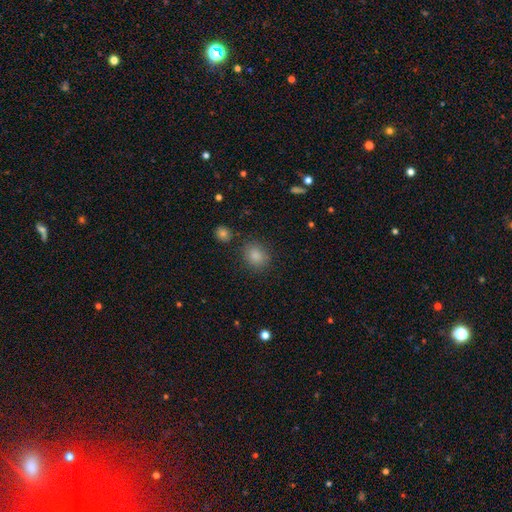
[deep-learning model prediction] The model was most divided on "how rounded": round: 59%, in between: 40%, cigar-shaped: 1%. More confident: smooth or featured — smooth (85%); merging — none (82%).